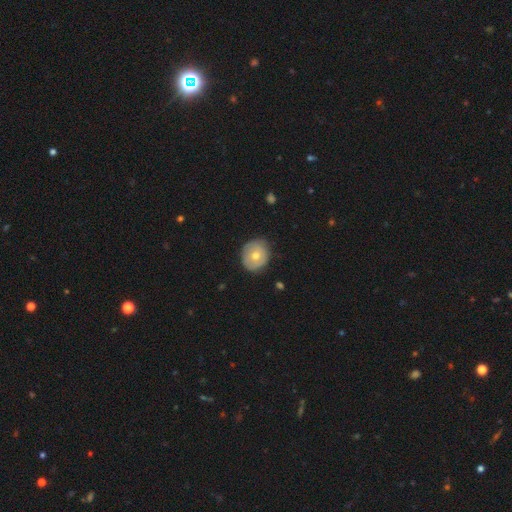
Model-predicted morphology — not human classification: Overall: smooth (56%; featured or disk 36%). How rounded: round (77%). Merging: none (83%).